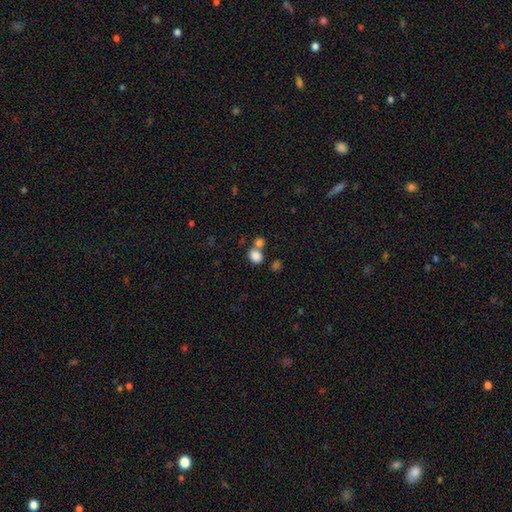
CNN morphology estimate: A smooth galaxy with no disk features (84%) that is round (64%).

Vote fractions:
- Smooth or featured? smooth: 84% / star or artifact: 11% / featured or disk: 6%
- How rounded? round: 64% / in between: 35% / cigar-shaped: 1%
- Merging? none: 53% / merger: 34% / minor disturbance: 9% / major disturbance: 4%